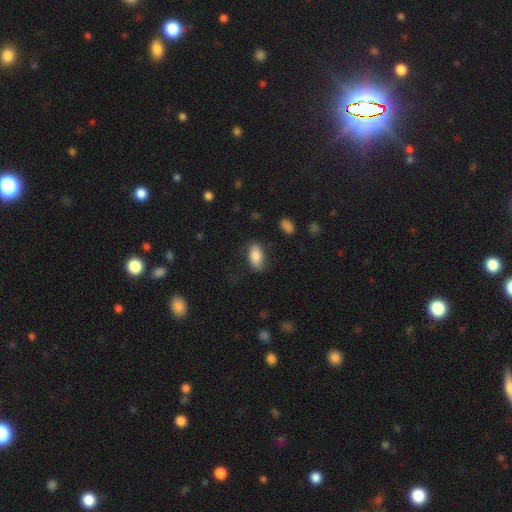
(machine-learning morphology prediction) smooth 81%, featured or disk 12%, star or artifact 7%. Down the decision tree: how rounded — in between (91%); merging — none (76%).